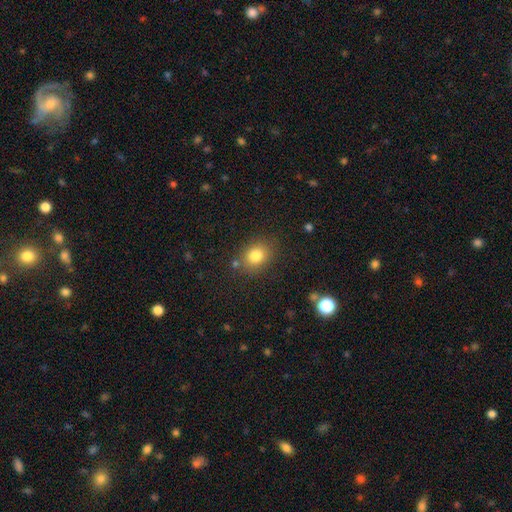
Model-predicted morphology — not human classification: Q: Smooth or featured?
A: smooth (82%); runner-up: star or artifact (11%)
Q: How rounded?
A: round (51%); runner-up: in between (48%)
Q: Merging?
A: none (79%); runner-up: minor disturbance (13%)